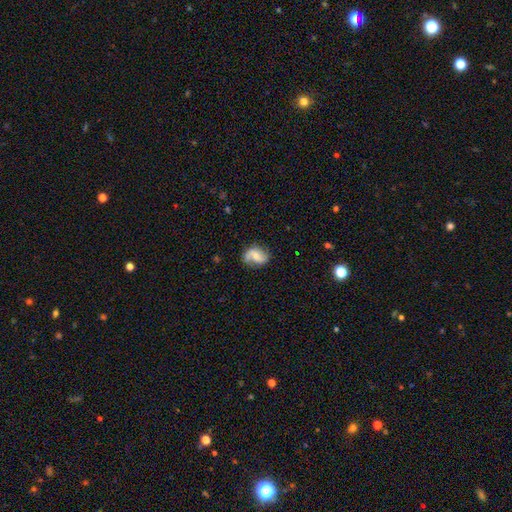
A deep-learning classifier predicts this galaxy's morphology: Smooth or featured? Predicted: featured or disk (p=0.63). Edge-on disk? Predicted: no (p=0.97). Bar? Predicted: weak (p=0.43). Spiral arms? Predicted: yes (p=0.91). Spiral winding? Predicted: loose (p=0.55). Spiral arm count? Predicted: 2 (p=0.81). Bulge size? Predicted: small (p=0.43). Merging? Predicted: none (p=0.70).